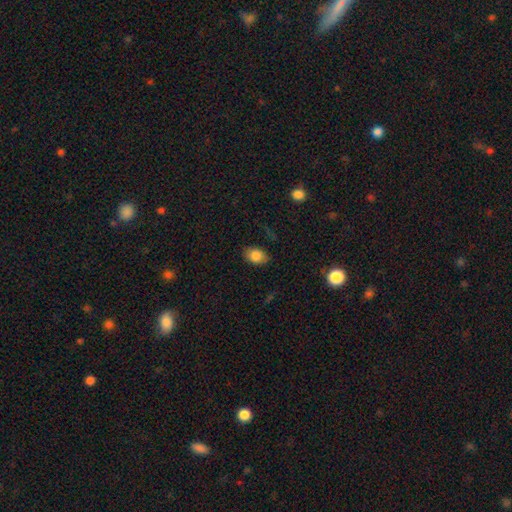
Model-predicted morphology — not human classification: smooth_or_featured: smooth (p=0.84) [alt: star or artifact p=0.09]
how_rounded: in between (p=0.77) [alt: round p=0.21]
merging: none (p=0.77) [alt: minor disturbance p=0.17]